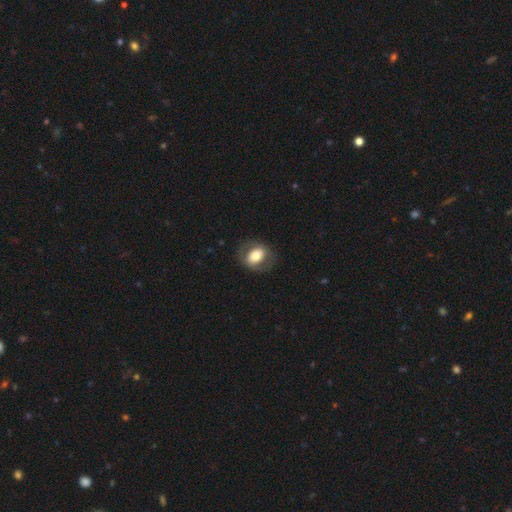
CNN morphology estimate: type=smooth (61%); roundness=in between (64%); merging=none (78%).